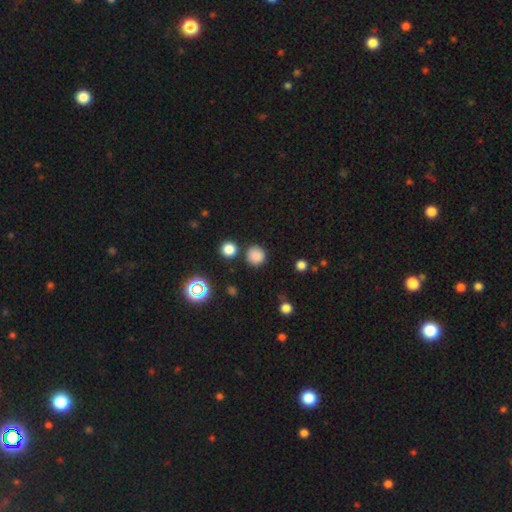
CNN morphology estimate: smooth 81%, star or artifact 15%, featured or disk 4%. Down the decision tree: how rounded — round (92%); merging — none (84%).